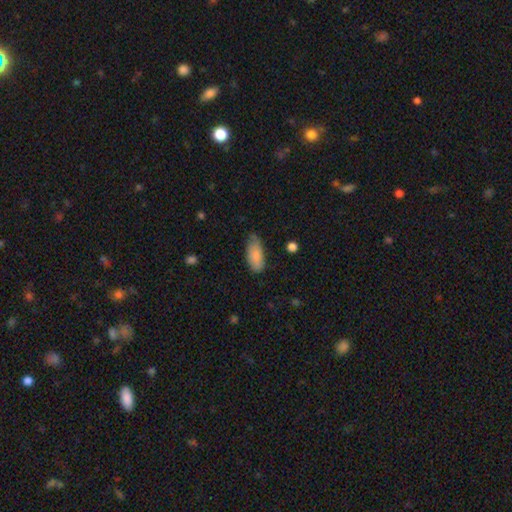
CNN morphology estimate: This appears to be a smooth galaxy with no disk features (85%) that is in between round and cigar-shaped (87%). Merging: none (59%).